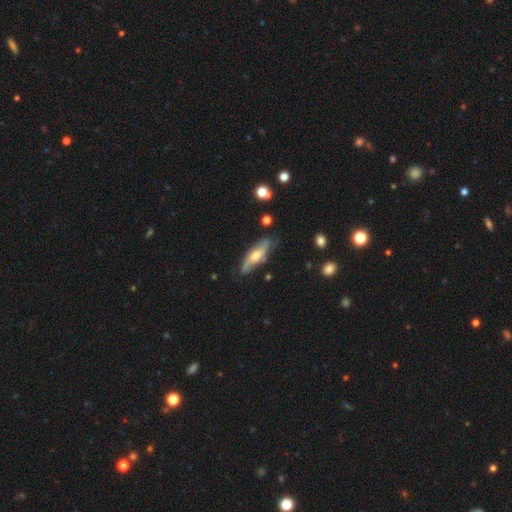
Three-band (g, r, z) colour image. It shows a smooth galaxy with no disk features (50%) that is cigar-shaped (58%). Merging: none (68%).